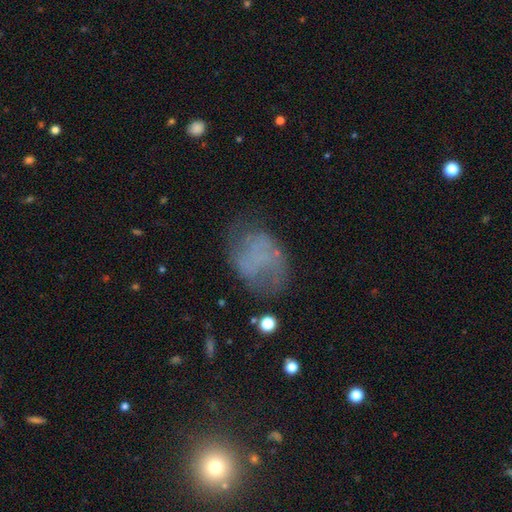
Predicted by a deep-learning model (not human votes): This is possibly a featured or disk galaxy (48%). Merging: possibly none (55%).